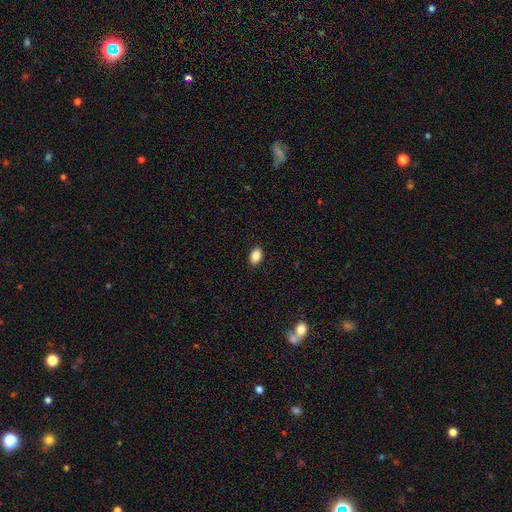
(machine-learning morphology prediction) Smooth or featured? Predicted: smooth (p=0.86). How rounded? Predicted: in between (p=0.88). Merging? Predicted: none (p=0.89).